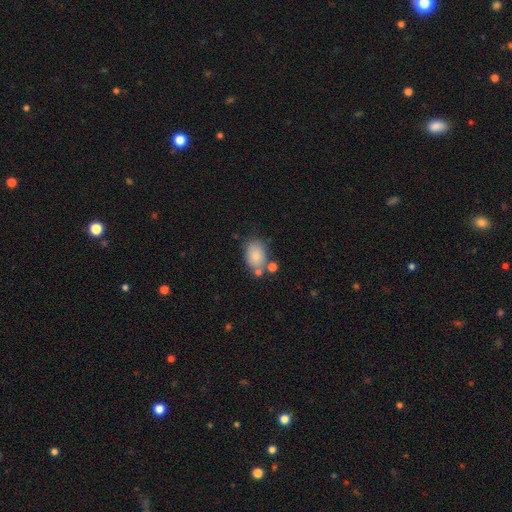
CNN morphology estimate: A smooth galaxy with no disk features (80%) that is in between round and cigar-shaped (81%).

Vote fractions:
- Smooth or featured? smooth: 80% / featured or disk: 11% / star or artifact: 9%
- How rounded? in between: 81% / round: 18% / cigar-shaped: 1%
- Merging? none: 62% / minor disturbance: 17% / merger: 15% / major disturbance: 5%